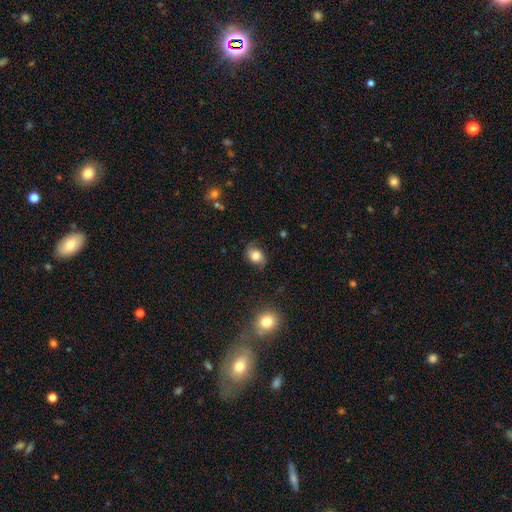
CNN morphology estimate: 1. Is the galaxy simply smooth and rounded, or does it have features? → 66% smooth, 24% featured or disk, 10% star or artifact.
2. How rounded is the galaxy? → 68% in between, 30% round, 1% cigar-shaped.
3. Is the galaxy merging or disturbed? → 70% none, 22% minor disturbance, 6% major disturbance, 2% merger.